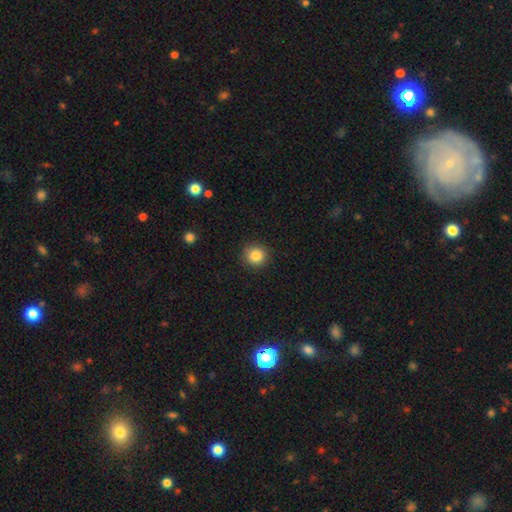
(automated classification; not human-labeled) Smooth or featured? Predicted: smooth (p=0.84). How rounded? Predicted: round (p=0.93). Merging? Predicted: none (p=0.90).